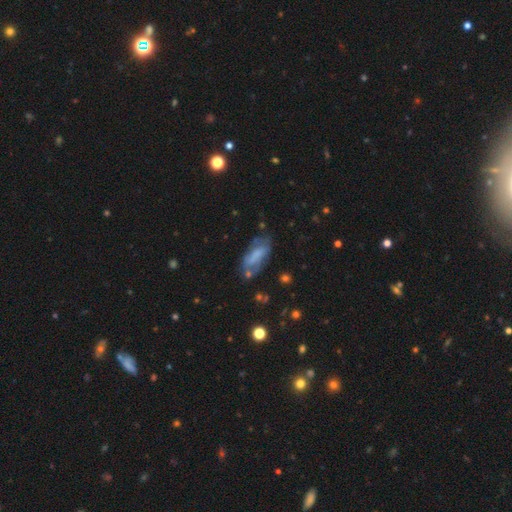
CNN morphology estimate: Smooth or featured: smooth — 51% (featured or disk — 39%)
How rounded: in between — 76% (cigar-shaped — 21%)
Merging: none — 52% (minor disturbance — 27%)